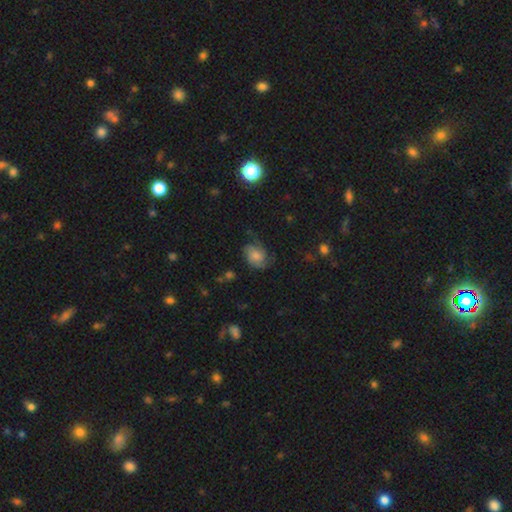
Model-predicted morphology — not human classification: type=featured or disk (56%); edge-on=no (97%); bar=no (72%); spiral arms=yes (89%); bulge=moderate (44%); merging=none (59%).